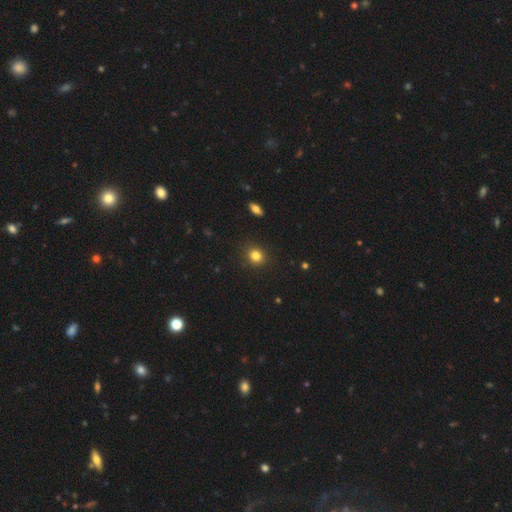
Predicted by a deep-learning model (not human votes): A smooth galaxy with no disk features (83%) that is round (80%). Merging: none (88%).